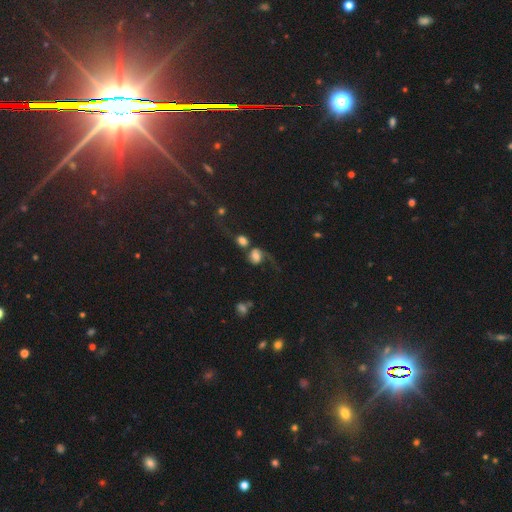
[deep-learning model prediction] This appears to be a smooth galaxy with no disk features (54%) that is round (62%). Merging: merger (45%).